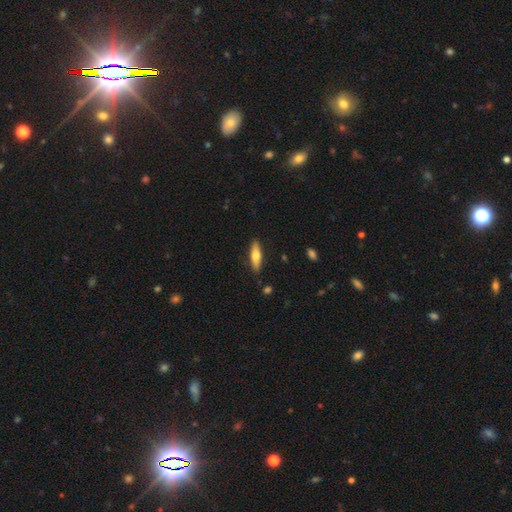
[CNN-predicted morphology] smooth_or_featured: smooth (p=0.63) [alt: featured or disk p=0.32]
how_rounded: cigar-shaped (p=0.61) [alt: in between p=0.37]
merging: none (p=0.86) [alt: minor disturbance p=0.10]